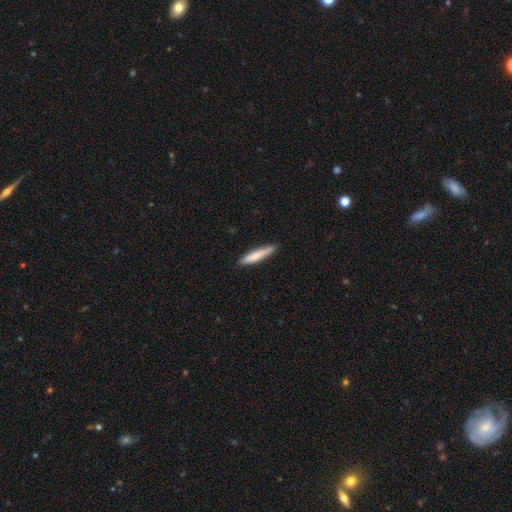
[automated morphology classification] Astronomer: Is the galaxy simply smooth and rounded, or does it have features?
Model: smooth — 74%.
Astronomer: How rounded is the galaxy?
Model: cigar-shaped — 89%.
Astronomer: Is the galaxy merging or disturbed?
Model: none — 87%.